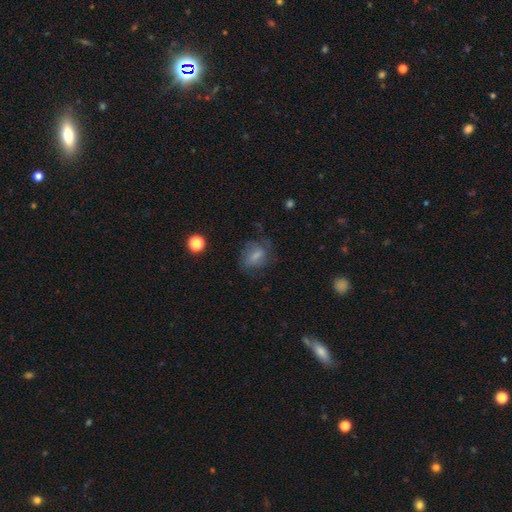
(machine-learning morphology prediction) Q: Smooth or featured?
A: smooth (59%); runner-up: featured or disk (30%)
Q: How rounded?
A: in between (60%); runner-up: round (35%)
Q: Merging?
A: none (59%); runner-up: minor disturbance (23%)